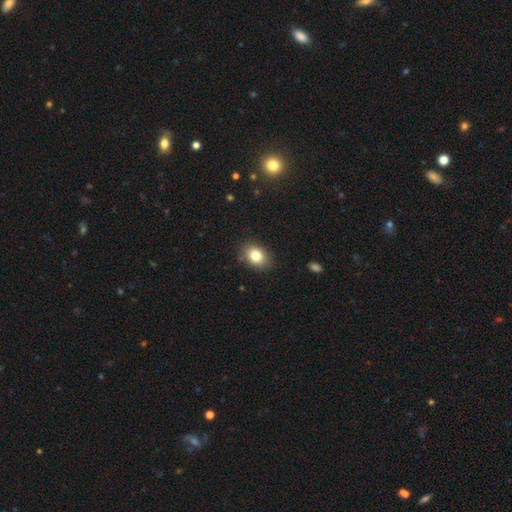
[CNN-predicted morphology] Q: Smooth or featured?
A: smooth (82%); runner-up: star or artifact (10%)
Q: How rounded?
A: in between (71%); runner-up: round (28%)
Q: Merging?
A: none (85%); runner-up: minor disturbance (11%)